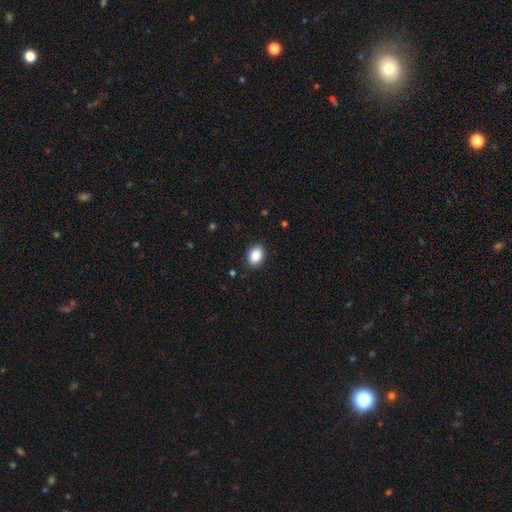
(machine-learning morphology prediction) Smooth or featured? smooth (88%)
How rounded? in between (75%)
Merging? none (89%)